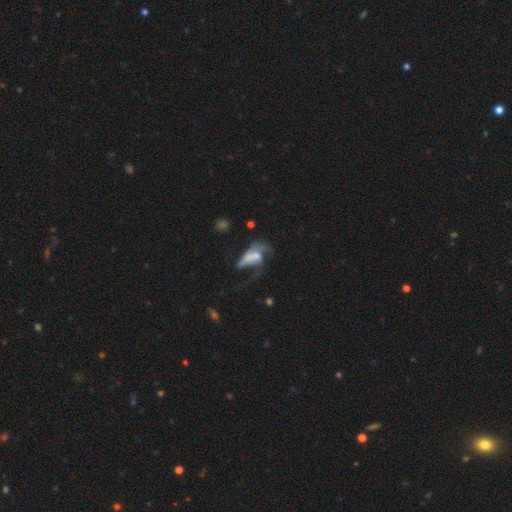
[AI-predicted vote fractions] Overall: featured or disk (49%; smooth 32%). Merging: major disturbance (45%; none 24%).